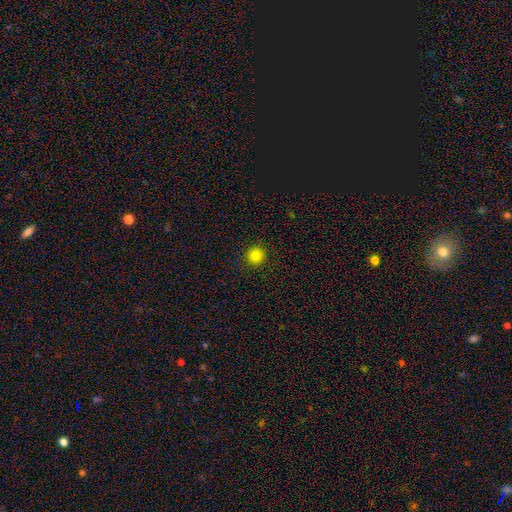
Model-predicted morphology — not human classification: type=smooth (83%); roundness=round (95%); merging=none (93%).